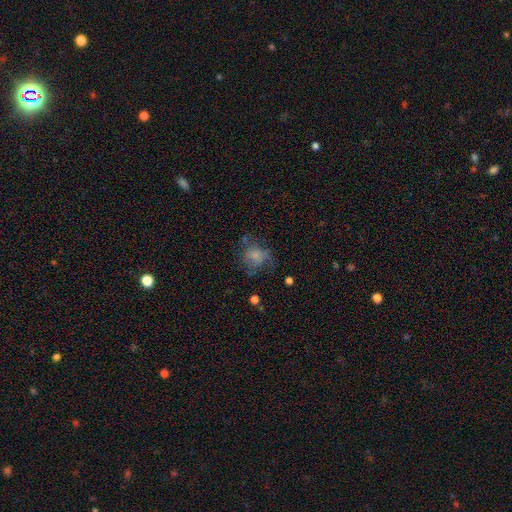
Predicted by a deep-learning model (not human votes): This is possibly a smooth galaxy (59%). How rounded: likely round (67%). Merging: marginally none (43%).